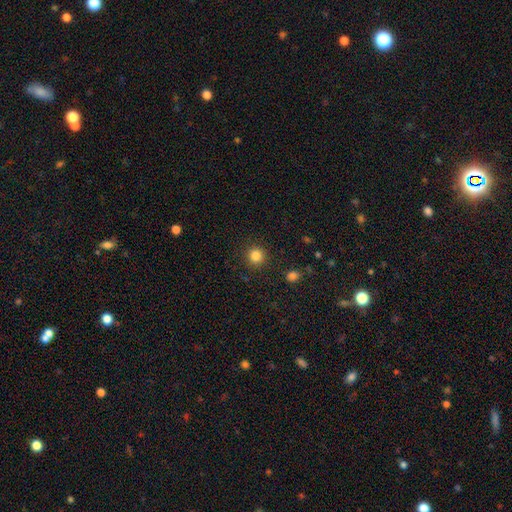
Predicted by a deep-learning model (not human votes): Smooth or featured?
  - smooth: 84% *
  - star or artifact: 12%
  - featured or disk: 4%
How rounded?
  - round: 94% *
  - in between: 5%
  - cigar-shaped: 1%
Merging?
  - none: 91% *
  - minor disturbance: 6%
  - major disturbance: 2%
  - merger: 2%